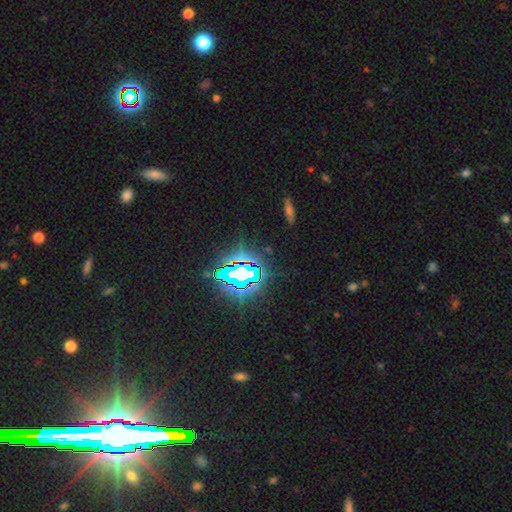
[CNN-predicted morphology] Overall: star or artifact (83%).